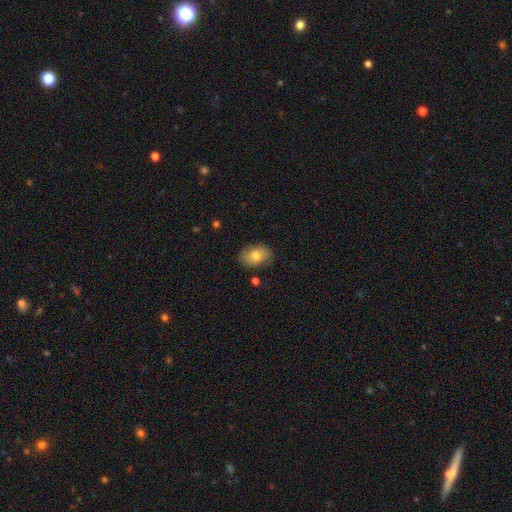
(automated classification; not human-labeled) Morphology: type=smooth (75%); roundness=in between (85%); merging=none (82%).